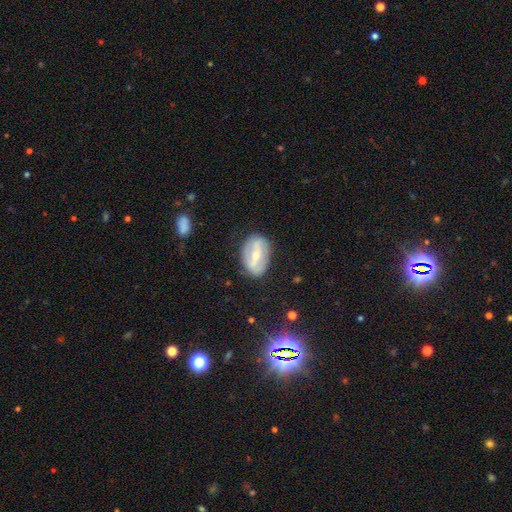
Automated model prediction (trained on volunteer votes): Q: Smooth or featured?
A: featured or disk (62%); runner-up: smooth (32%)
Q: Edge-on disk?
A: no (90%); runner-up: yes (10%)
Q: Bar?
A: strong (64%); runner-up: weak (24%)
Q: Spiral arms?
A: no (65%); runner-up: yes (35%)
Q: Bulge size?
A: small (54%); runner-up: moderate (42%)
Q: Merging?
A: none (80%); runner-up: minor disturbance (14%)